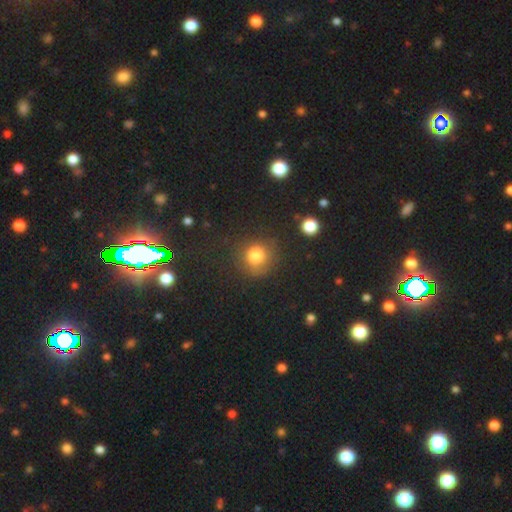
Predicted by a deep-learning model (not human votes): This appears to be a smooth galaxy with no disk features (77%) that is round (89%). Merging: none (77%).